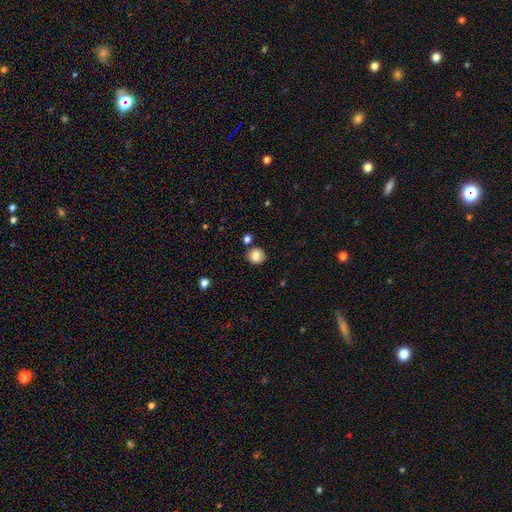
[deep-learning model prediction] Morphology: type=smooth (84%); roundness=round (89%); merging=none (79%).